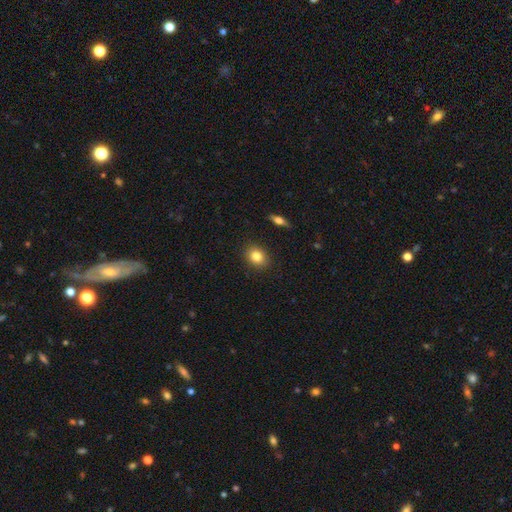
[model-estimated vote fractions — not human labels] The model was most divided on "how rounded": in between: 53%, round: 45%, cigar-shaped: 1%. More confident: merging — none (88%); smooth or featured — smooth (82%).